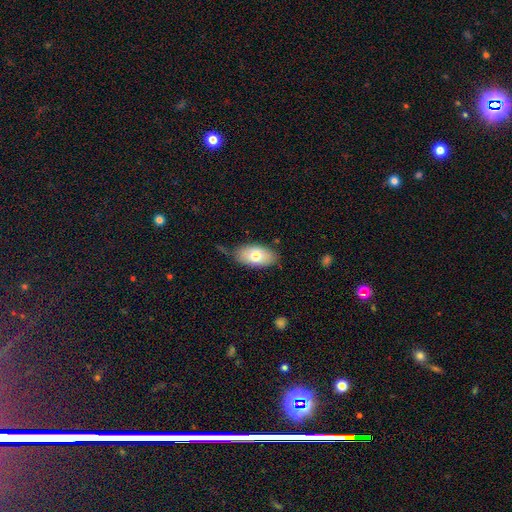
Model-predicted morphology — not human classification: This is likely a smooth galaxy (74%). How rounded: clearly in between (93%). Merging: likely none (73%).